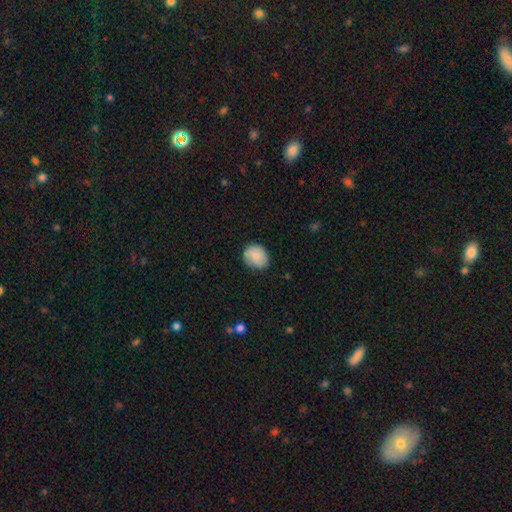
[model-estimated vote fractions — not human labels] Smooth or featured? smooth (81%)
How rounded? round (68%)
Merging? none (72%)